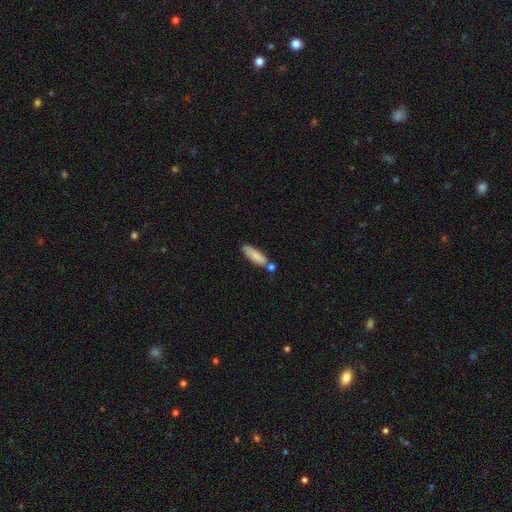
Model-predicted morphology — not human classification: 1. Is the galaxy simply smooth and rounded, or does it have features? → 80% smooth, 14% featured or disk, 6% star or artifact.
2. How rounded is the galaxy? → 52% in between, 46% cigar-shaped, 2% round.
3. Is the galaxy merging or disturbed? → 58% none, 22% merger, 17% minor disturbance, 4% major disturbance.